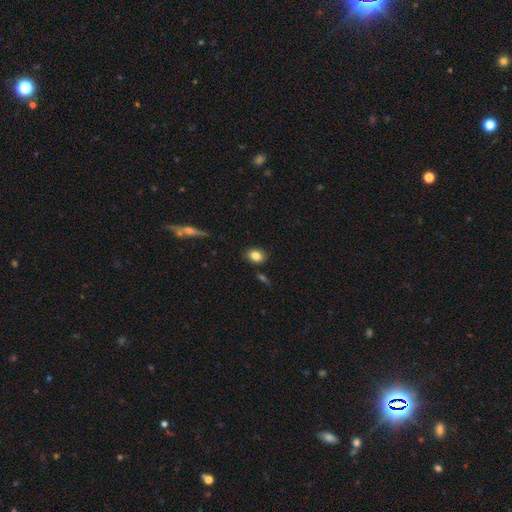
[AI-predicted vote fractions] Morphology: type=smooth (83%); roundness=in between (62%); merging=none (83%).